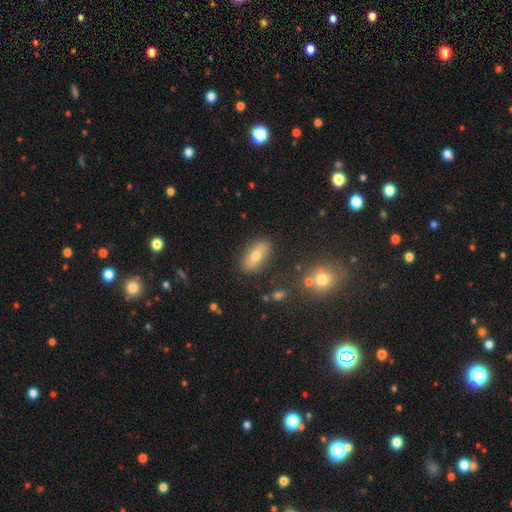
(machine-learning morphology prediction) A smooth galaxy with no disk features (68%) that is in between round and cigar-shaped (82%).

Vote fractions:
- Smooth or featured? smooth: 68% / featured or disk: 21% / star or artifact: 11%
- How rounded? in between: 82% / cigar-shaped: 13% / round: 5%
- Merging? none: 86% / minor disturbance: 9% / major disturbance: 3% / merger: 3%